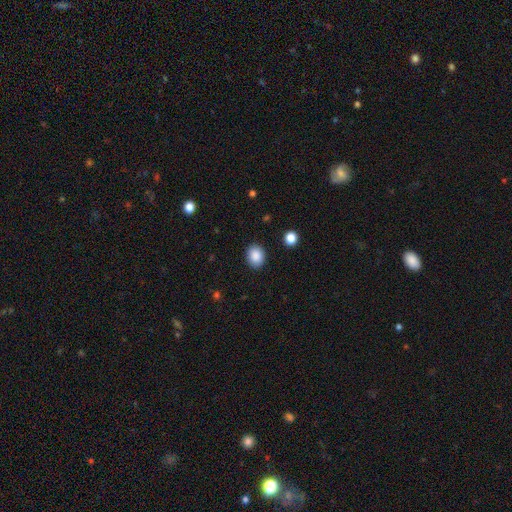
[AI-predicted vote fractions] smooth_or_featured: smooth (p=0.88) [alt: star or artifact p=0.08]
how_rounded: round (p=0.51) [alt: in between p=0.48]
merging: none (p=0.89) [alt: minor disturbance p=0.08]